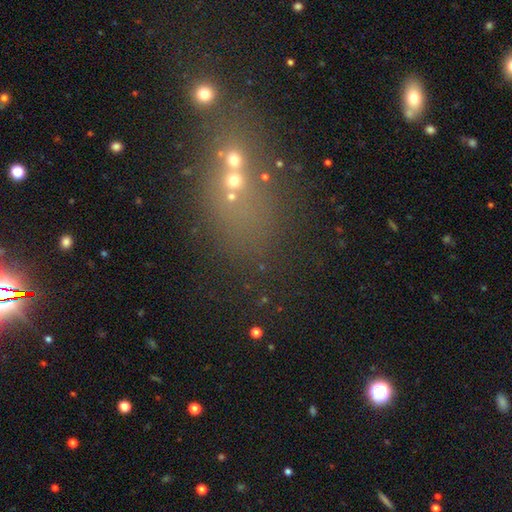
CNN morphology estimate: Smooth or featured? star or artifact (50%)